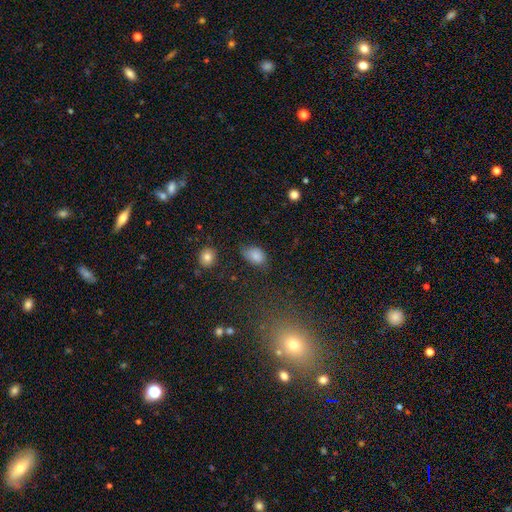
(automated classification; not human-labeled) The model was most divided on "merging": none: 58%, minor disturbance: 32%, major disturbance: 8%, merger: 2%. More confident: how rounded — in between (85%); smooth or featured — smooth (83%).